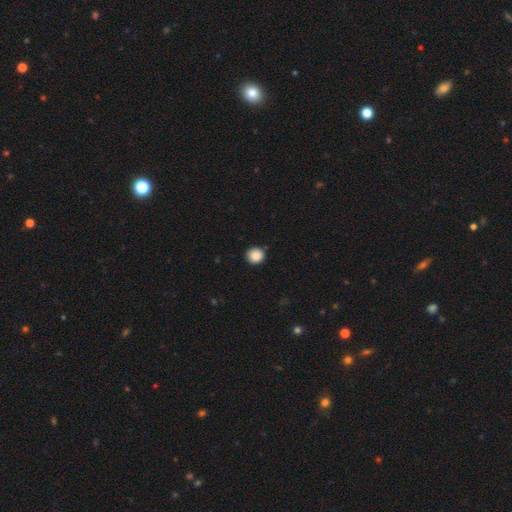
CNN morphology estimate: smooth-or-featured: smooth: 88% | star or artifact: 9% | featured or disk: 3%
  how-rounded: round: 91% | in between: 8% | cigar-shaped: 1%
  merging: none: 90% | minor disturbance: 7% | major disturbance: 2% | merger: 1%